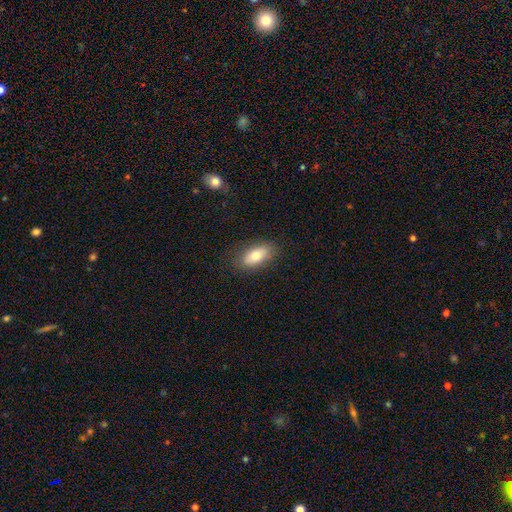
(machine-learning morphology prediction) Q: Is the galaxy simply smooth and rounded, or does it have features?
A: smooth — 76%.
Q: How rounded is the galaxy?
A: in between — 84%.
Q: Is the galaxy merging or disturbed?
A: none — 85%.